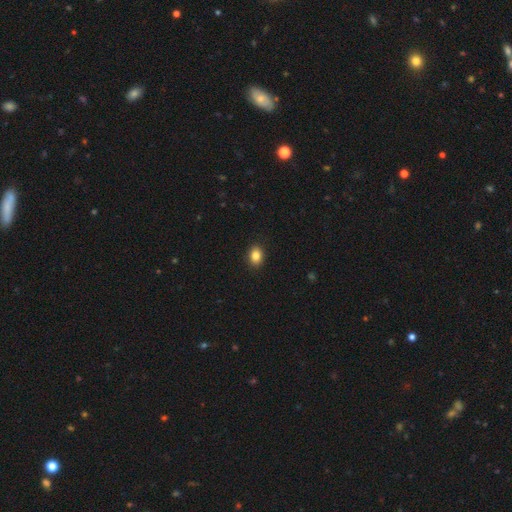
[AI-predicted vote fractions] This is clearly a smooth galaxy (85%). How rounded: likely in between (68%). Merging: clearly none (90%).